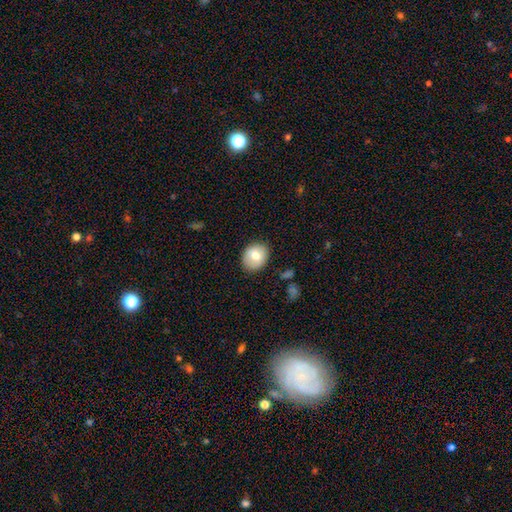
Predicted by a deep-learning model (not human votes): Overall: smooth (70%). How rounded: round (57%; in between 42%). Merging: none (85%).